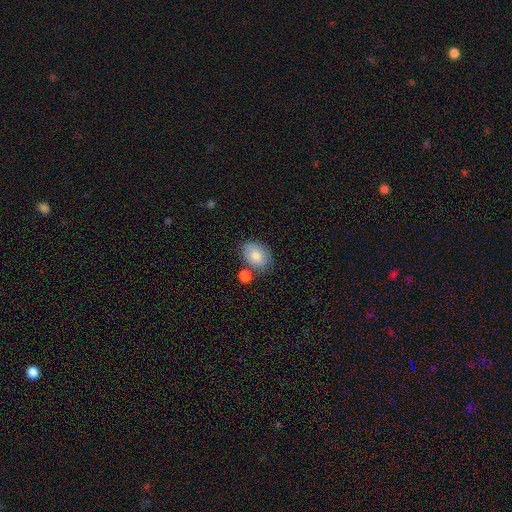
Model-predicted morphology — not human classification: Q: Smooth or featured?
A: smooth (81%); runner-up: featured or disk (12%)
Q: How rounded?
A: in between (76%); runner-up: round (23%)
Q: Merging?
A: none (70%); runner-up: minor disturbance (16%)